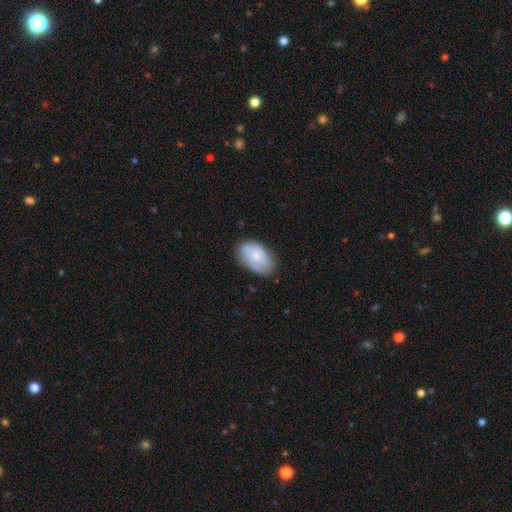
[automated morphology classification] smooth 66%, featured or disk 28%, star or artifact 7%. Down the decision tree: how rounded — in between (90%); merging — none (69%).